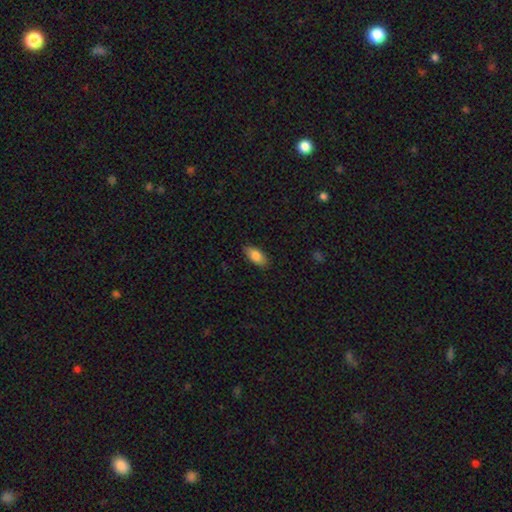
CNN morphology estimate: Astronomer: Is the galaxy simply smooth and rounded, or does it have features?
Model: smooth — 84%.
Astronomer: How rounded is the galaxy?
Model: in between — 90%.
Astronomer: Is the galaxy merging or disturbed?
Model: none — 86%.